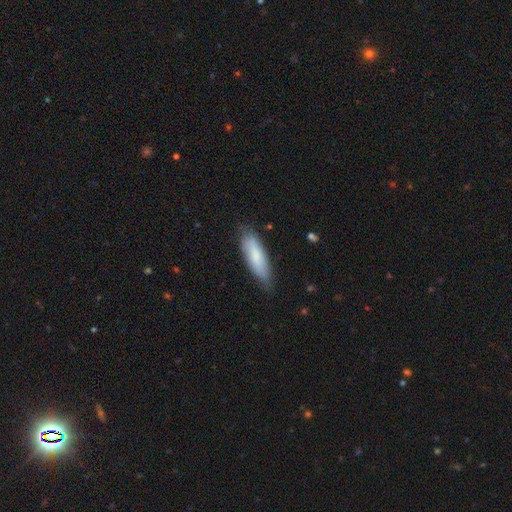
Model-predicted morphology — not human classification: Smooth or featured: smooth — 78% (featured or disk — 17%)
How rounded: cigar-shaped — 54% (in between — 44%)
Merging: none — 74% (minor disturbance — 21%)